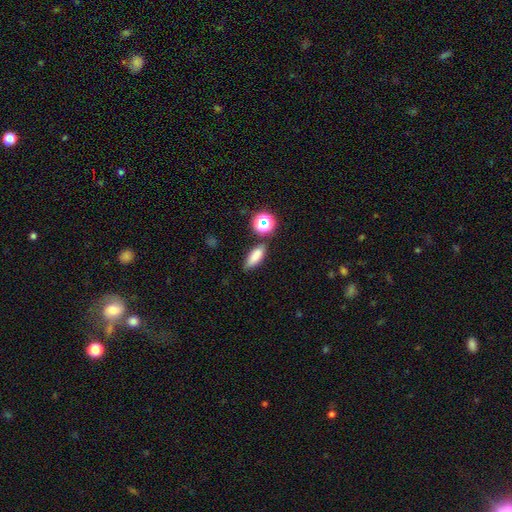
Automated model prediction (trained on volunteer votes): This appears to be a smooth galaxy with no disk features (78%) that is in between round and cigar-shaped (65%). Merging: none (74%).